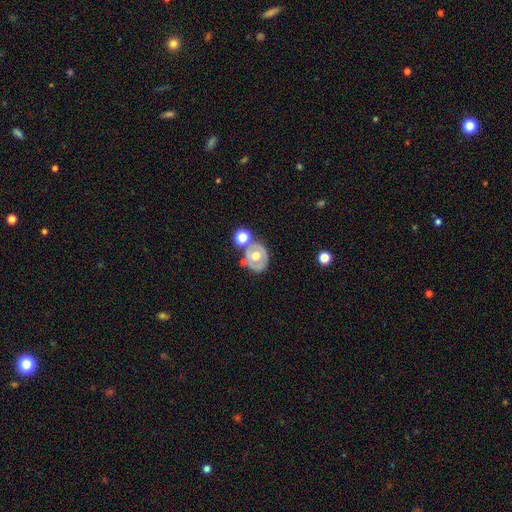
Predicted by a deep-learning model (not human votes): Smooth or featured: featured or disk — 52% (smooth — 39%)
Edge-on disk: no — 94% (yes — 6%)
Merging: none — 58% (merger — 21%)